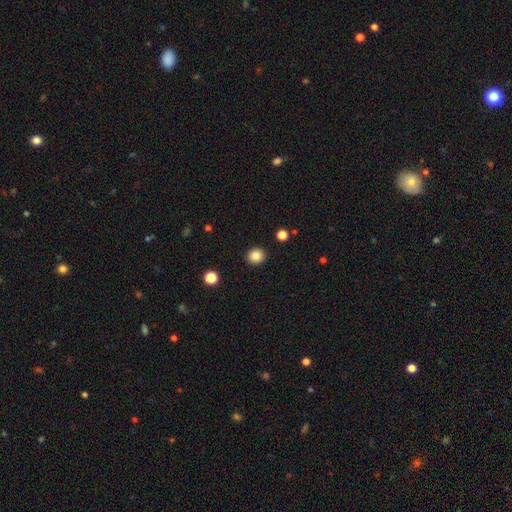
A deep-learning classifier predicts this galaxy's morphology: The model was most divided on "smooth or featured": smooth: 85%, star or artifact: 11%, featured or disk: 5%. More confident: merging — none (92%); how rounded — round (89%).